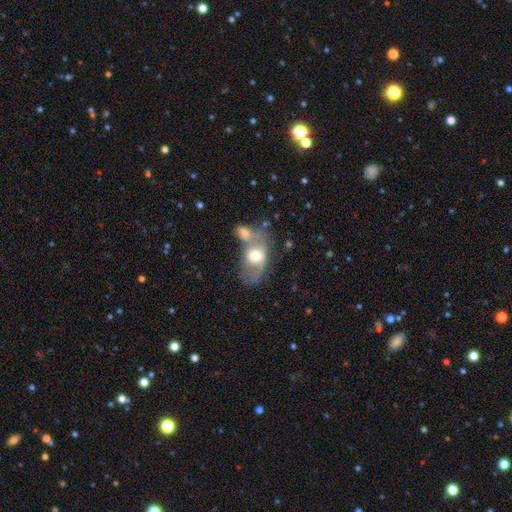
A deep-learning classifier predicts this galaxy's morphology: This appears to be a featured or disk galaxy (47%). Merging: merger (40%).